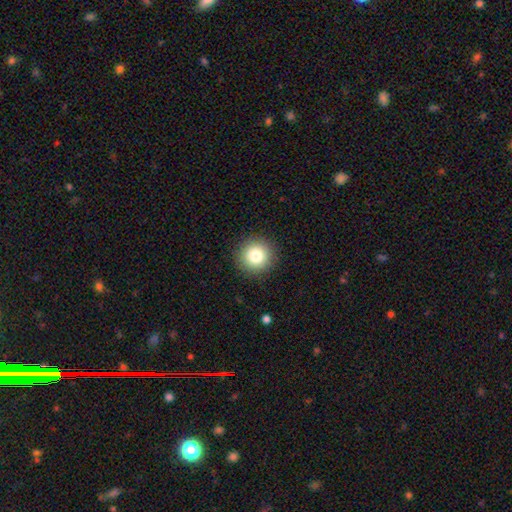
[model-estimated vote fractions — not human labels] Smooth or featured: smooth — 81% (star or artifact — 11%)
How rounded: round — 95% (in between — 4%)
Merging: none — 92% (minor disturbance — 5%)